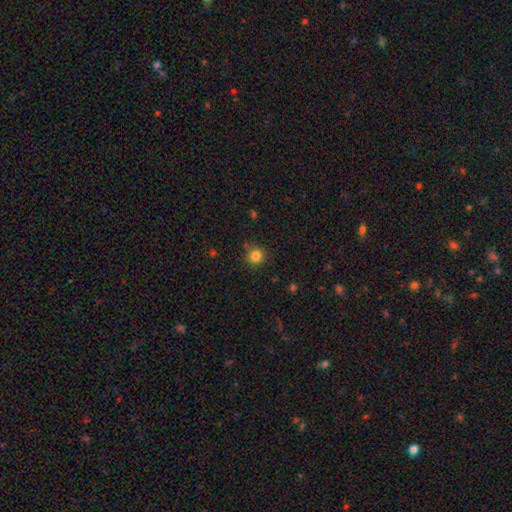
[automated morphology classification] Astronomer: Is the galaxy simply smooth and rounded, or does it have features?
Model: smooth — 83%.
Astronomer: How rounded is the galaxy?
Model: round — 93%.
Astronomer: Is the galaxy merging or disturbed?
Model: none — 83%.